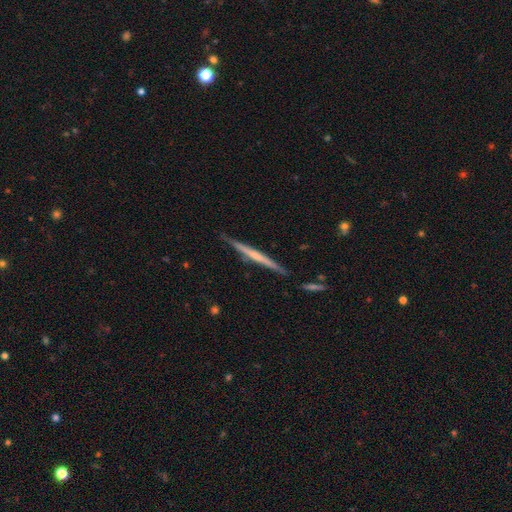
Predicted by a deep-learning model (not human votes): Smooth or featured: featured or disk — 63% (smooth — 32%)
Edge-on disk: yes — 98% (no — 2%)
Edge-on bulge: none — 63% (rounded — 28%)
Merging: none — 86% (minor disturbance — 10%)